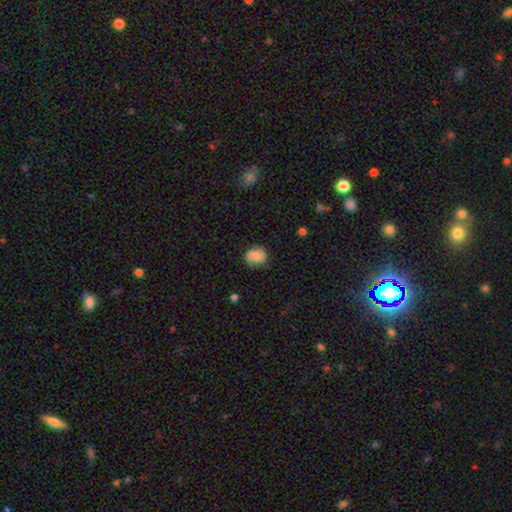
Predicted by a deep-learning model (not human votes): Smooth or featured? Predicted: smooth (p=0.78). How rounded? Predicted: round (p=0.60). Merging? Predicted: none (p=0.76).